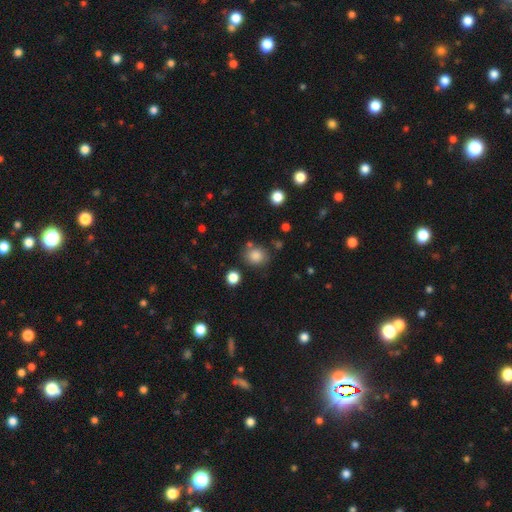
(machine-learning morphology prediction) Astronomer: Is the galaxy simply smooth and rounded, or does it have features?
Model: smooth — 84%.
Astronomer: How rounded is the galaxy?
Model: round — 74%.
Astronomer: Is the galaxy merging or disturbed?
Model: none — 76%.